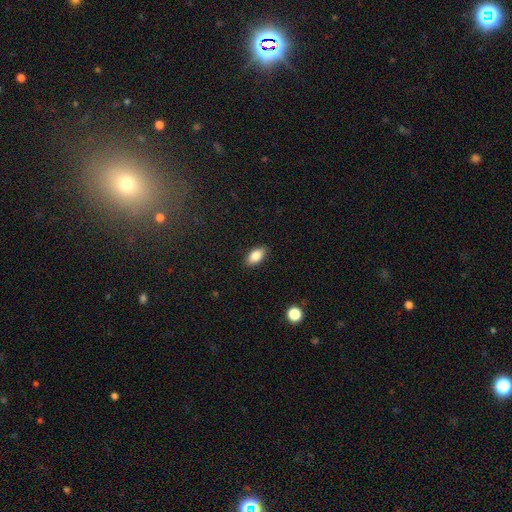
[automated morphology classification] This is clearly a smooth galaxy (84%). How rounded: clearly in between (91%). Merging: clearly none (88%).